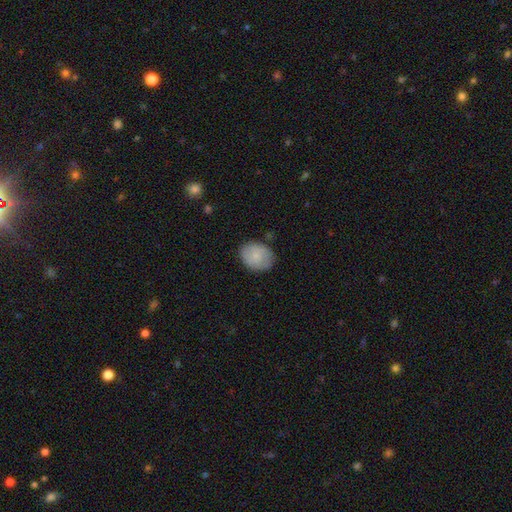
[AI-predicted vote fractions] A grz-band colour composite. It shows a smooth galaxy with no disk features (76%) that is in between round and cigar-shaped (51%). Merging: none (76%).